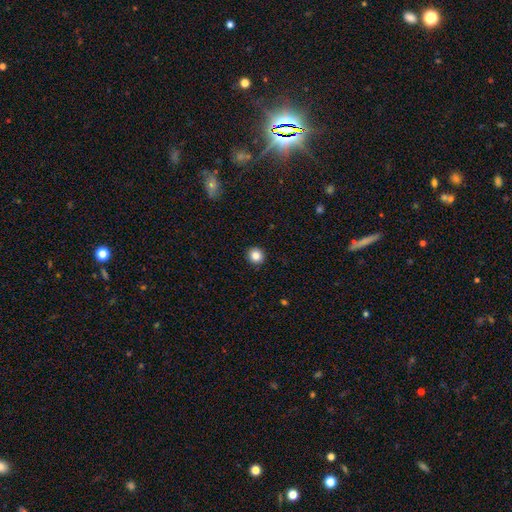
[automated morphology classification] Smooth or featured? smooth (85%)
How rounded? round (92%)
Merging? none (92%)